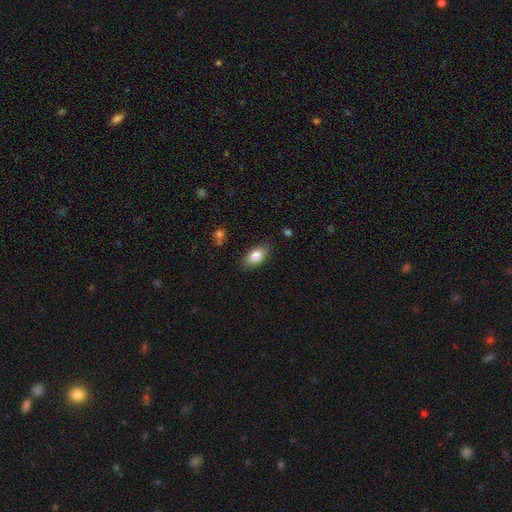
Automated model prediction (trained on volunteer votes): Smooth or featured? smooth (83%)
How rounded? in between (91%)
Merging? none (84%)